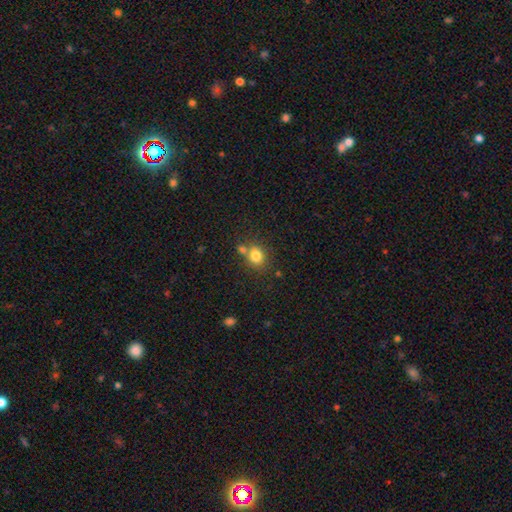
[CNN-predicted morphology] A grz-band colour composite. It shows a smooth galaxy with no disk features (80%) that is round (63%). Merging: none (58%).